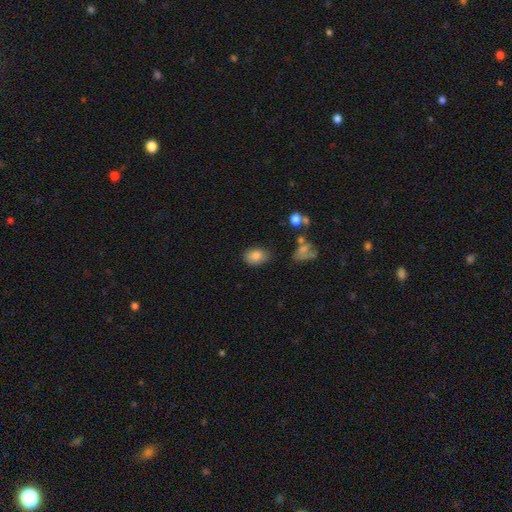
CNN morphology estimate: Smooth or featured?
  - smooth: 82% *
  - star or artifact: 9%
  - featured or disk: 8%
How rounded?
  - in between: 73% *
  - round: 25%
  - cigar-shaped: 1%
Merging?
  - none: 71% *
  - minor disturbance: 20%
  - major disturbance: 5%
  - merger: 4%